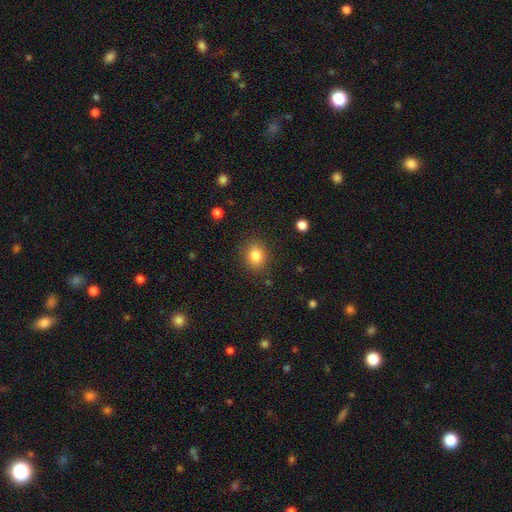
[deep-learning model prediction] smooth-or-featured: smooth: 83% | star or artifact: 11% | featured or disk: 7%
  how-rounded: round: 66% | in between: 33% | cigar-shaped: 1%
  merging: none: 85% | minor disturbance: 10% | major disturbance: 3% | merger: 2%